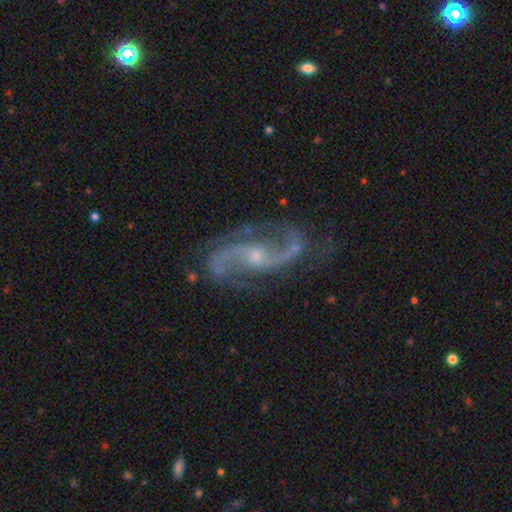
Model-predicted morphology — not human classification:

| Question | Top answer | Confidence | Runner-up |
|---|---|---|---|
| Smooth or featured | featured or disk | 92% | star or artifact (5%) |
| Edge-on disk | no | 97% | yes (3%) |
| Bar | no | 50% | weak (37%) |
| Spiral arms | yes | 98% | no (2%) |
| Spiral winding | loose | 54% | medium (37%) |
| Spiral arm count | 2 | 92% | can't tell (2%) |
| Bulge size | small | 64% | moderate (30%) |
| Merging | none | 76% | minor disturbance (15%) |